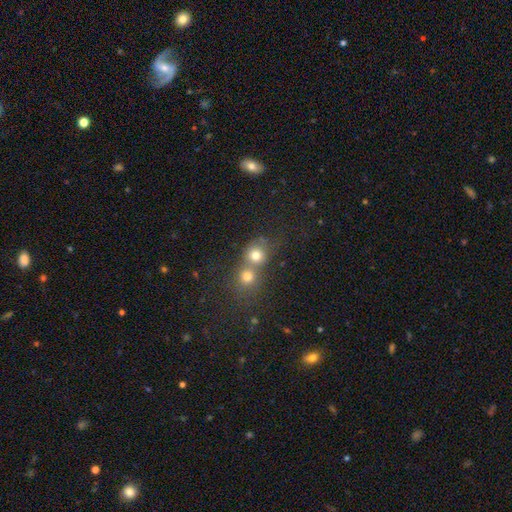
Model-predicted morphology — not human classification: Smooth or featured? Predicted: smooth (p=0.75). How rounded? Predicted: round (p=0.82). Merging? Predicted: merger (p=0.55).